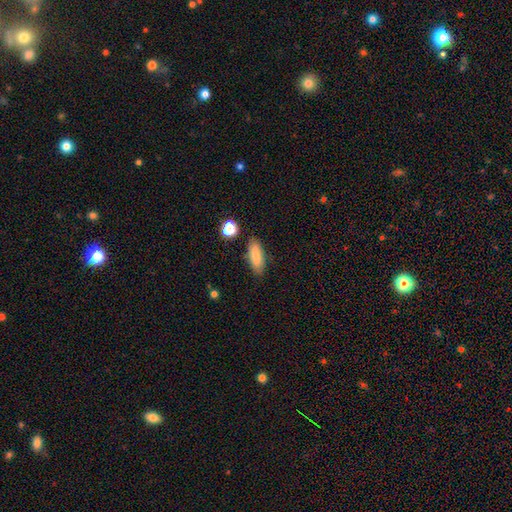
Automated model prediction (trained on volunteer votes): This is clearly a smooth galaxy (82%). How rounded: likely in between (67%). Merging: clearly none (83%).